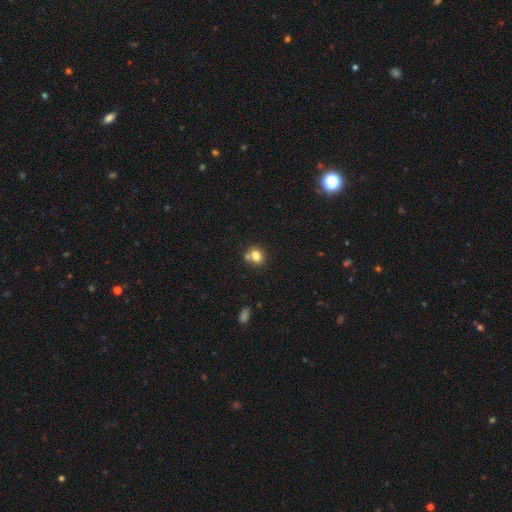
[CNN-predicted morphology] smooth-or-featured: smooth: 80% | star or artifact: 11% | featured or disk: 9%
  how-rounded: round: 60% | in between: 39% | cigar-shaped: 1%
  merging: none: 58% | merger: 26% | minor disturbance: 13% | major disturbance: 3%